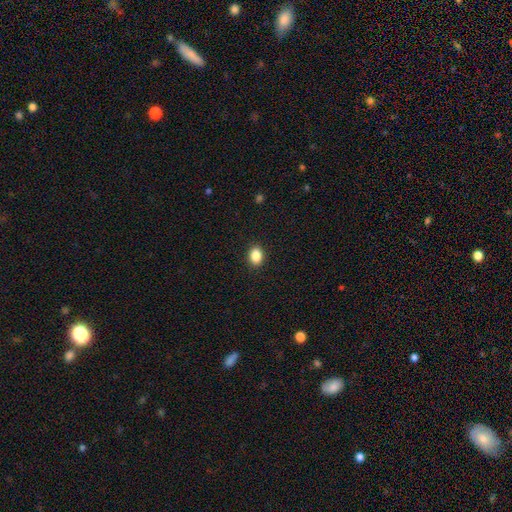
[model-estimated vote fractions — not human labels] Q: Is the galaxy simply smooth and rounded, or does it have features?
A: smooth — 87%.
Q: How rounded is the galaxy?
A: in between — 71%.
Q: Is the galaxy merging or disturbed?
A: none — 91%.